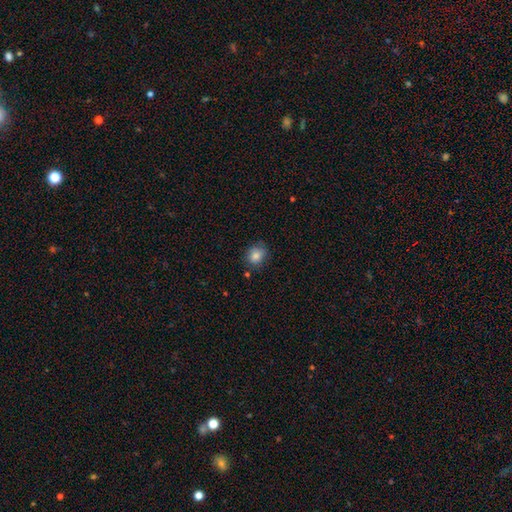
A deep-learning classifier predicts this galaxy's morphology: A smooth galaxy with no disk features (83%) that is round (62%).

Vote fractions:
- Smooth or featured? smooth: 83% / star or artifact: 10% / featured or disk: 7%
- How rounded? round: 62% / in between: 37% / cigar-shaped: 1%
- Merging? none: 76% / minor disturbance: 17% / major disturbance: 4% / merger: 4%